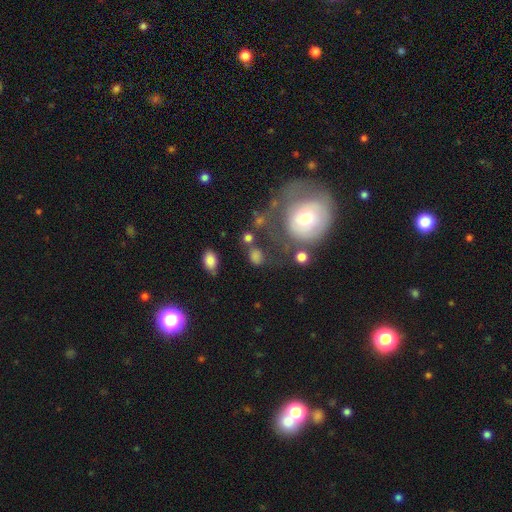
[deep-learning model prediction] Smooth or featured? Predicted: smooth (p=0.66). How rounded? Predicted: round (p=0.50). Merging? Predicted: none (p=0.53).